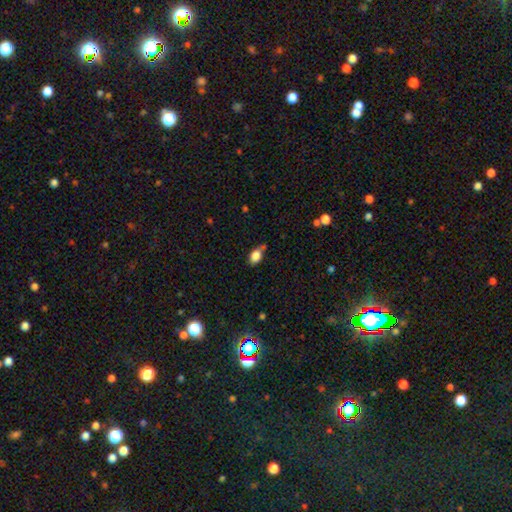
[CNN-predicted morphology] Smooth or featured: smooth — 84% (star or artifact — 9%)
How rounded: in between — 86% (round — 11%)
Merging: none — 53% (minor disturbance — 32%)